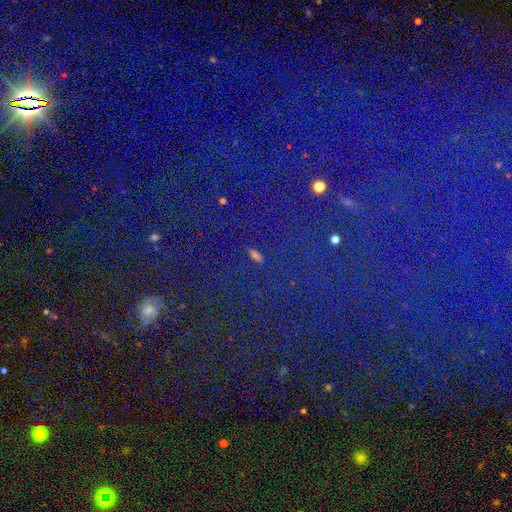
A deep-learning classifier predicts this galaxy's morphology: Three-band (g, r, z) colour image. It shows a star or artifact, not a galaxy (47%).